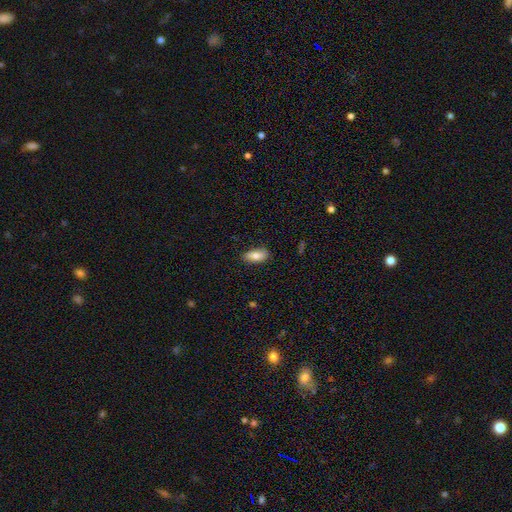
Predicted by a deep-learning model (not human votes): Smooth or featured? Predicted: smooth (p=0.78). How rounded? Predicted: in between (p=0.87). Merging? Predicted: none (p=0.83).